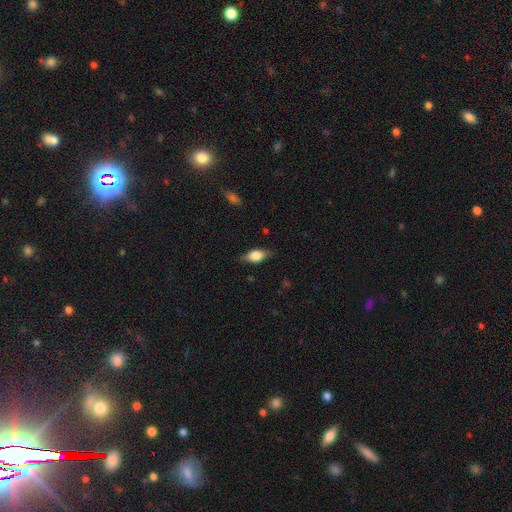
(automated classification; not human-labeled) smooth_or_featured: smooth (p=0.64) [alt: featured or disk p=0.29]
how_rounded: in between (p=0.80) [alt: cigar-shaped p=0.12]
merging: none (p=0.78) [alt: minor disturbance p=0.17]